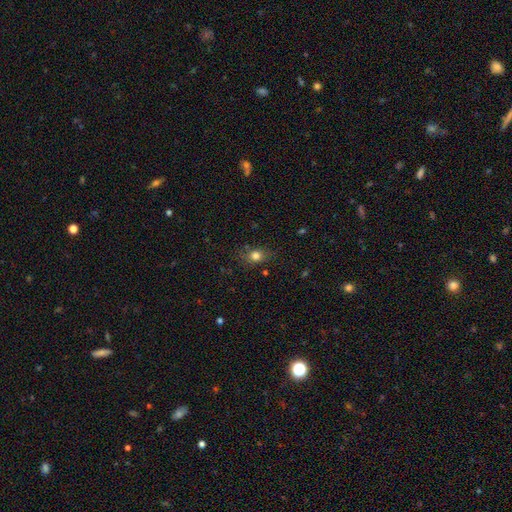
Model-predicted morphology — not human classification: Overall: smooth (78%). How rounded: round (54%; in between 44%). Merging: none (77%).